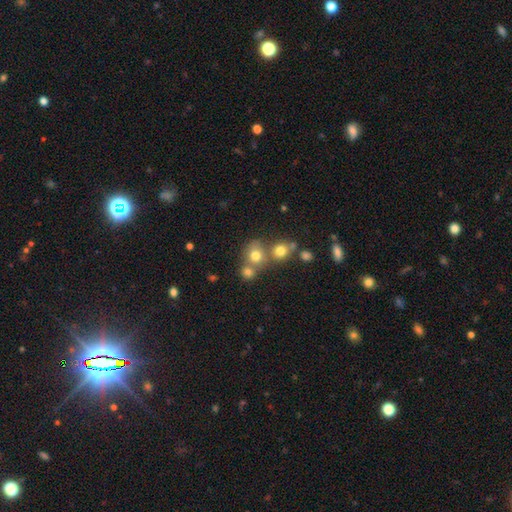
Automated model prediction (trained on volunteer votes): The model was most divided on "merging": none: 50%, merger: 38%, minor disturbance: 9%, major disturbance: 4%. More confident: how rounded — round (80%); smooth or featured — smooth (75%).